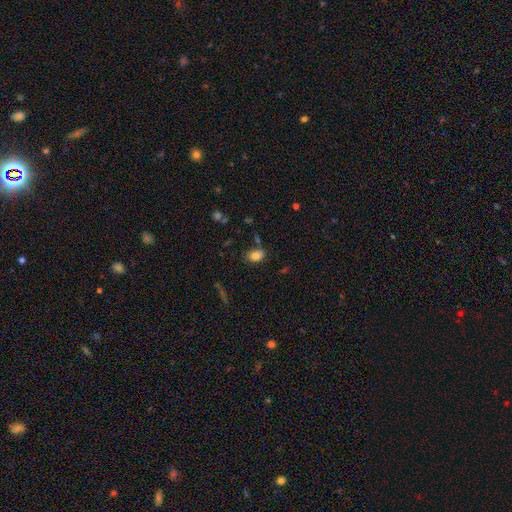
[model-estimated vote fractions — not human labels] A smooth galaxy with no disk features (83%) that is in between round and cigar-shaped (84%). Merging: none (67%).